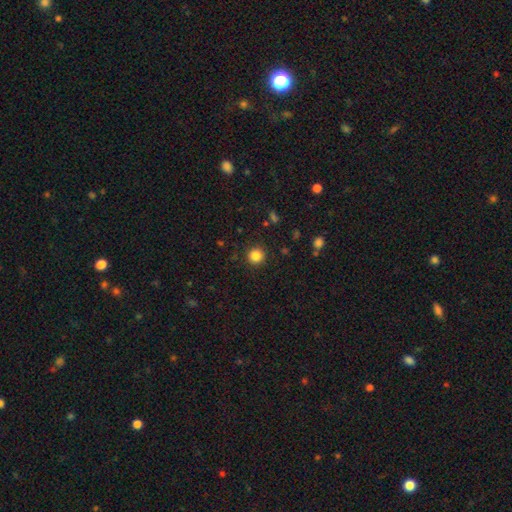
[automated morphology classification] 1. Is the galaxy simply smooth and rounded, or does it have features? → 85% smooth, 11% star or artifact, 4% featured or disk.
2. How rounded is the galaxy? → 94% round, 5% in between, 1% cigar-shaped.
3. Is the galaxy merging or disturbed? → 90% none, 6% minor disturbance, 2% major disturbance, 1% merger.